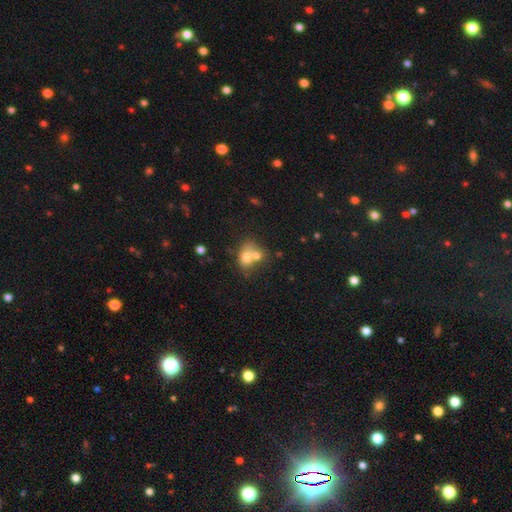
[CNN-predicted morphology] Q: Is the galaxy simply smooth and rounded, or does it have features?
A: smooth — 67%.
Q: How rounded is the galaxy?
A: round — 53%.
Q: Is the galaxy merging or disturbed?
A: merger — 59%.